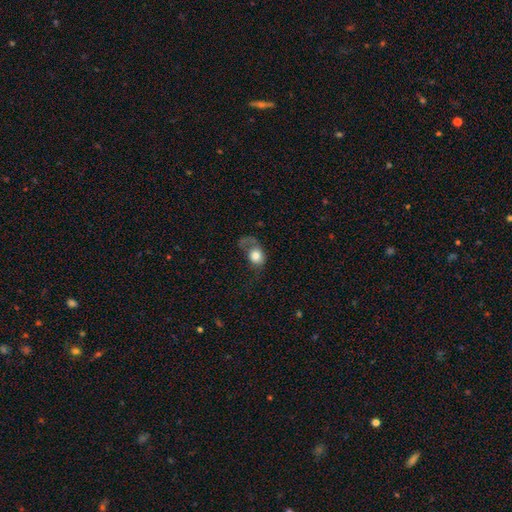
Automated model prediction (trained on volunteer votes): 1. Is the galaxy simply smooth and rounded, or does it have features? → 71% smooth, 20% featured or disk, 9% star or artifact.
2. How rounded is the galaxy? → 56% round, 42% in between, 1% cigar-shaped.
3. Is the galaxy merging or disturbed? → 51% major disturbance, 24% none, 20% minor disturbance, 5% merger.